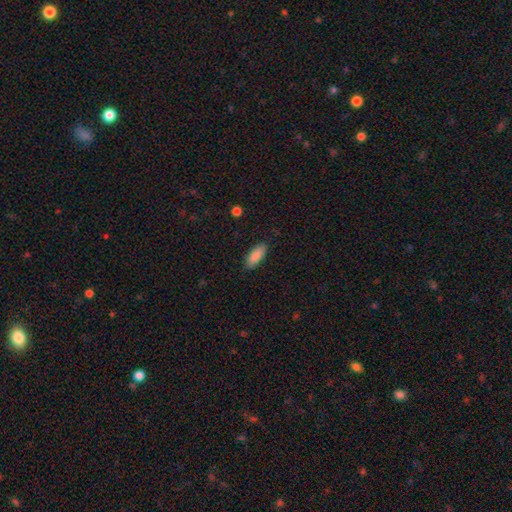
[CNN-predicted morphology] This is clearly a smooth galaxy (88%). How rounded: likely in between (79%). Merging: clearly none (85%).